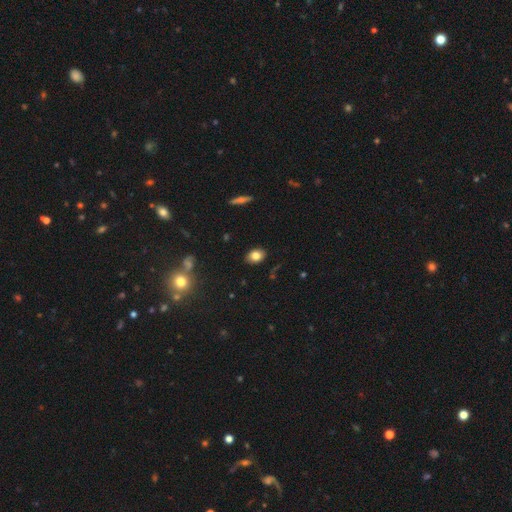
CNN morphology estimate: smooth-or-featured: smooth: 81% | star or artifact: 10% | featured or disk: 10%
  how-rounded: in between: 72% | round: 27% | cigar-shaped: 1%
  merging: none: 86% | minor disturbance: 11% | major disturbance: 2% | merger: 1%